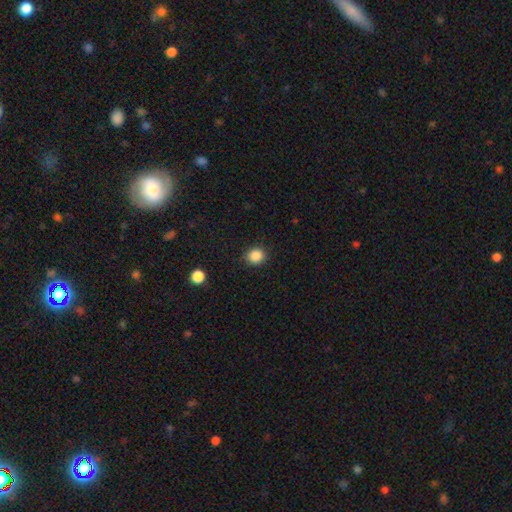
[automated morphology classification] Smooth or featured: smooth — 87% (star or artifact — 10%)
How rounded: round — 83% (in between — 16%)
Merging: none — 89% (minor disturbance — 8%)